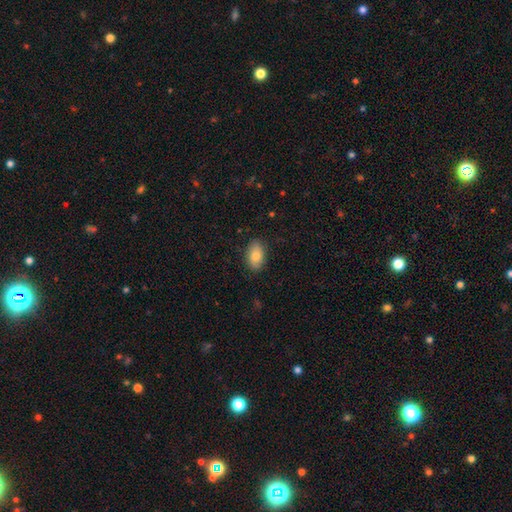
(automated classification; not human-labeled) smooth_or_featured: smooth (p=0.80) [alt: featured or disk p=0.13]
how_rounded: in between (p=0.92) [alt: round p=0.06]
merging: none (p=0.86) [alt: minor disturbance p=0.11]